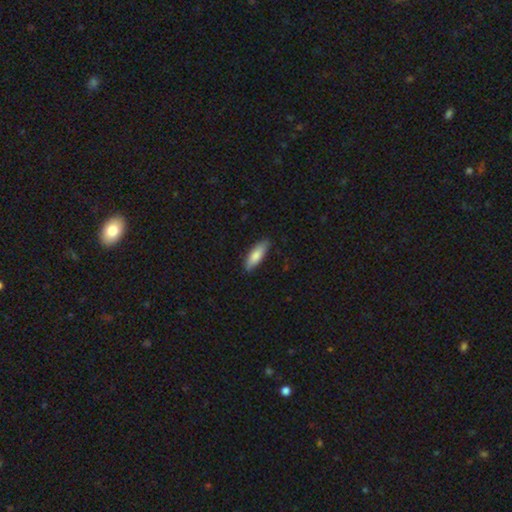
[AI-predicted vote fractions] Smooth or featured?
  - smooth: 82% *
  - featured or disk: 12%
  - star or artifact: 5%
How rounded?
  - in between: 60% *
  - cigar-shaped: 38%
  - round: 2%
Merging?
  - none: 84% *
  - minor disturbance: 13%
  - major disturbance: 2%
  - merger: 1%